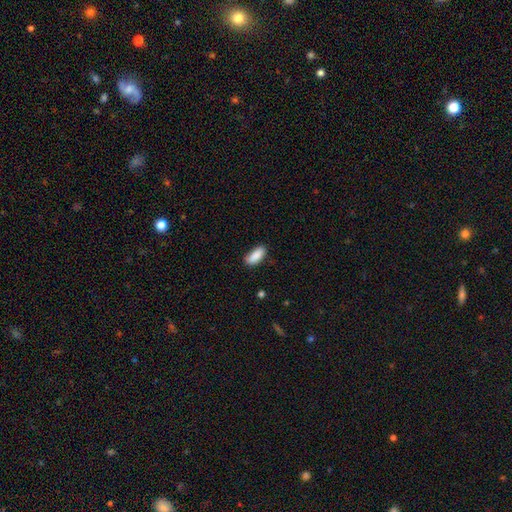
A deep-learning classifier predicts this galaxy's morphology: smooth 88%, star or artifact 7%, featured or disk 5%. Down the decision tree: how rounded — in between (83%); merging — none (74%).